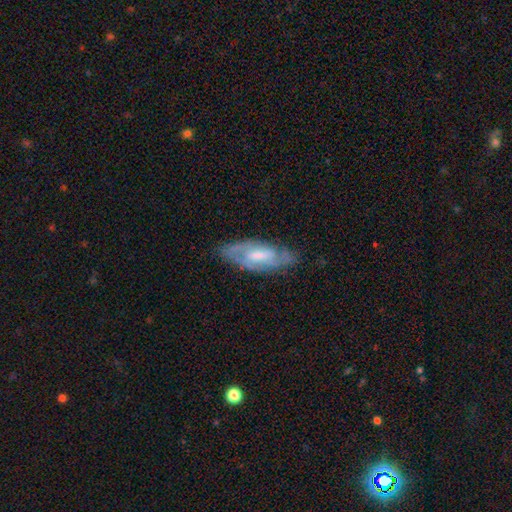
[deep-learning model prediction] featured or disk 71%, smooth 23%, star or artifact 6%. Down the decision tree: edge-on disk — no (84%); bar — weak (50%); spiral arms — yes (84%); bulge size — moderate (49%); merging — none (73%).